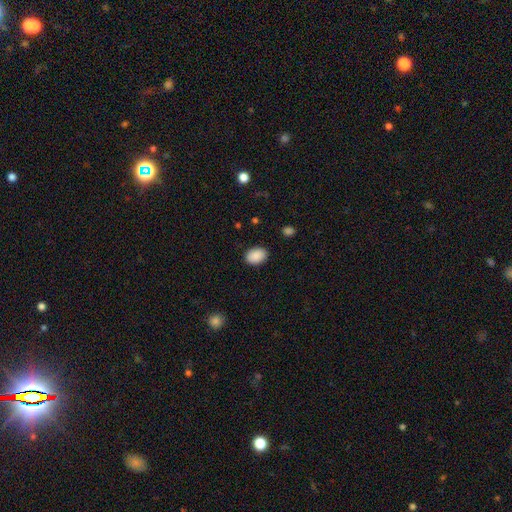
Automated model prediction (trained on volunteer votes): smooth_or_featured: smooth (p=0.90) [alt: star or artifact p=0.07]
how_rounded: in between (p=0.79) [alt: round p=0.20]
merging: none (p=0.88) [alt: minor disturbance p=0.09]